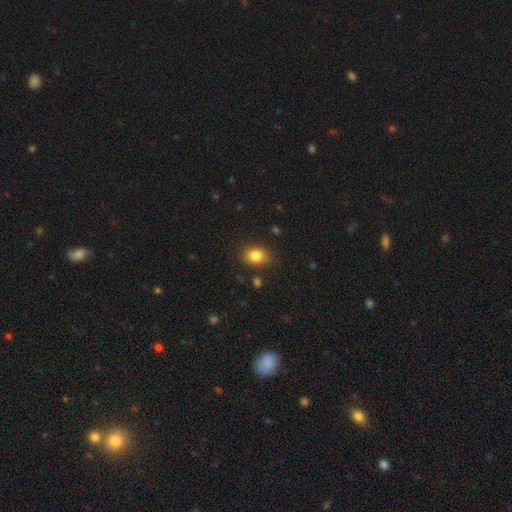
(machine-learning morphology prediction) Smooth or featured? Predicted: smooth (p=0.84). How rounded? Predicted: in between (p=0.62). Merging? Predicted: none (p=0.84).